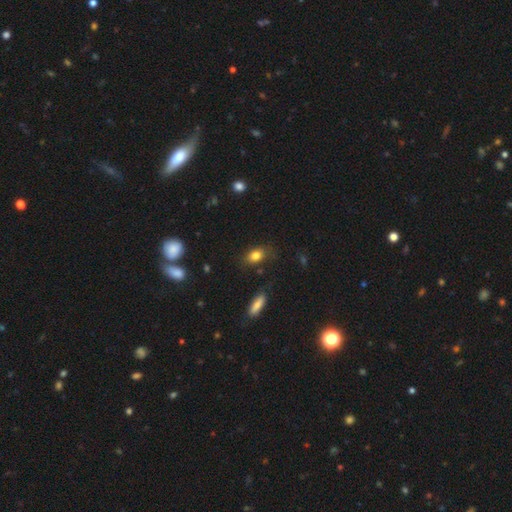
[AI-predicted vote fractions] A smooth galaxy with no disk features (82%) that is in between round and cigar-shaped (75%).

Vote fractions:
- Smooth or featured? smooth: 82% / star or artifact: 10% / featured or disk: 8%
- How rounded? in between: 75% / round: 22% / cigar-shaped: 3%
- Merging? none: 77% / minor disturbance: 17% / major disturbance: 4% / merger: 2%